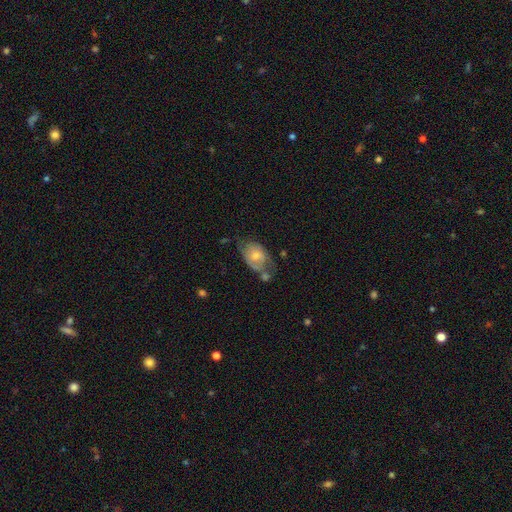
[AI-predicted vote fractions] This is possibly a smooth galaxy (50%). Merging: marginally none (34%).